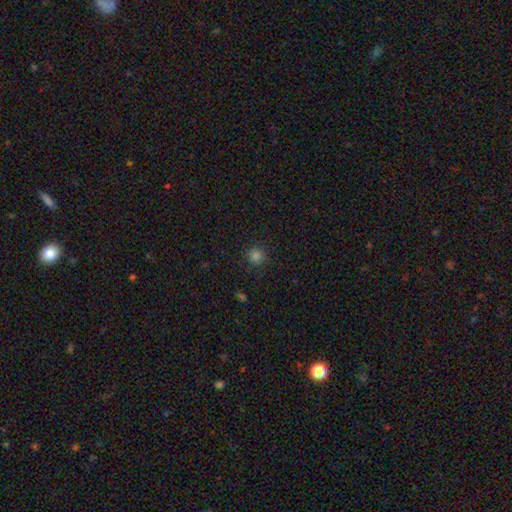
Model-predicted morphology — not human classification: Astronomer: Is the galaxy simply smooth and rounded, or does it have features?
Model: smooth — 81%.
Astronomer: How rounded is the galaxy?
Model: round — 94%.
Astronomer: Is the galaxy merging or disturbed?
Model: none — 90%.